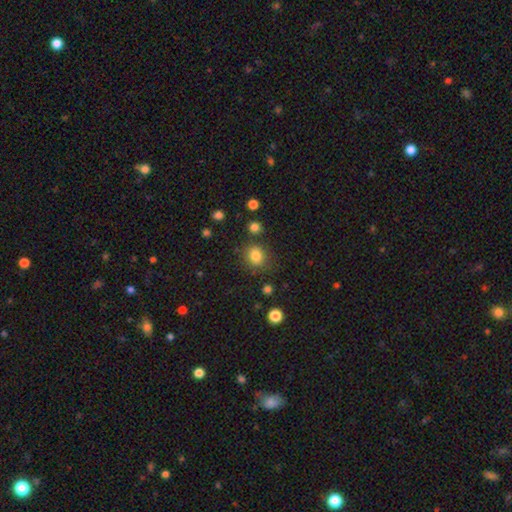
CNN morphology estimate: The model was most divided on "how rounded": round: 70%, in between: 30%, cigar-shaped: 1%. More confident: smooth or featured — smooth (82%); merging — none (79%).